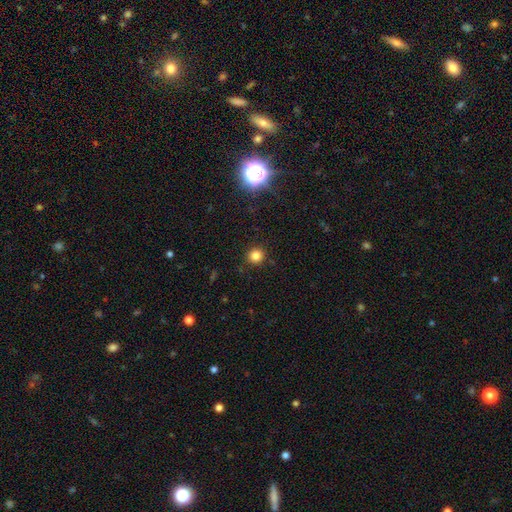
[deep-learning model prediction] Q: Smooth or featured?
A: smooth (81%); runner-up: star or artifact (15%)
Q: How rounded?
A: round (93%); runner-up: in between (6%)
Q: Merging?
A: none (91%); runner-up: minor disturbance (6%)